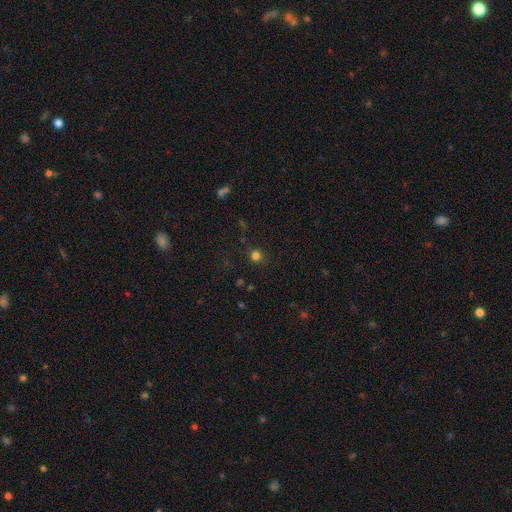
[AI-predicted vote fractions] Overall: smooth (76%). How rounded: round (90%). Merging: none (87%).